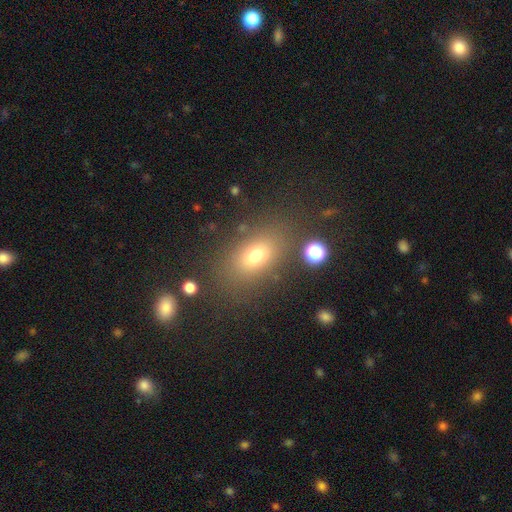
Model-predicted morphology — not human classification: Smooth or featured: smooth — 71% (star or artifact — 15%)
How rounded: in between — 78% (round — 19%)
Merging: none — 79% (minor disturbance — 11%)